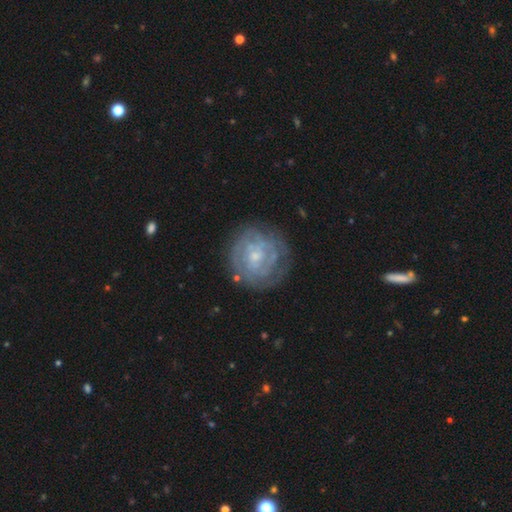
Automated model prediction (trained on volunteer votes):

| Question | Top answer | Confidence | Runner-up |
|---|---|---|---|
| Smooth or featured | featured or disk | 72% | smooth (21%) |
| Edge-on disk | no | 98% | yes (2%) |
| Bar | no | 66% | weak (29%) |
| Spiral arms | yes | 75% | no (25%) |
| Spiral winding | tight | 72% | medium (20%) |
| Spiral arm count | can't tell | 58% | 2 (16%) |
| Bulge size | small | 64% | moderate (28%) |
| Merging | none | 74% | minor disturbance (16%) |